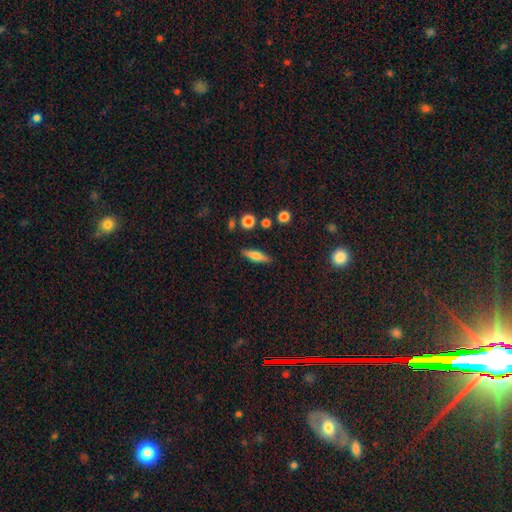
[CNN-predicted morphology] Smooth or featured? smooth (56%)
How rounded? cigar-shaped (65%)
Merging? none (86%)